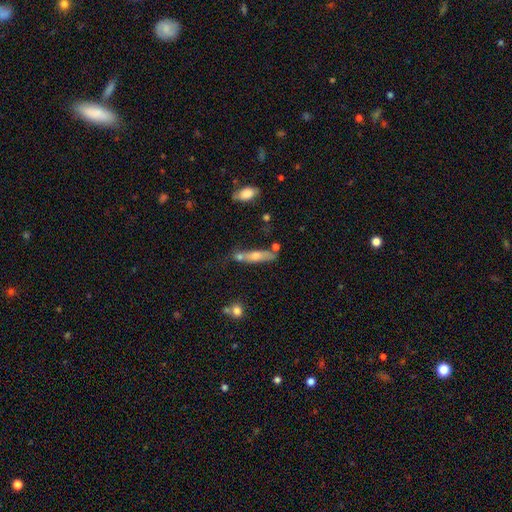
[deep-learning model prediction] smooth 47%, featured or disk 42%, star or artifact 10%. Down the decision tree: merging — none (51%).